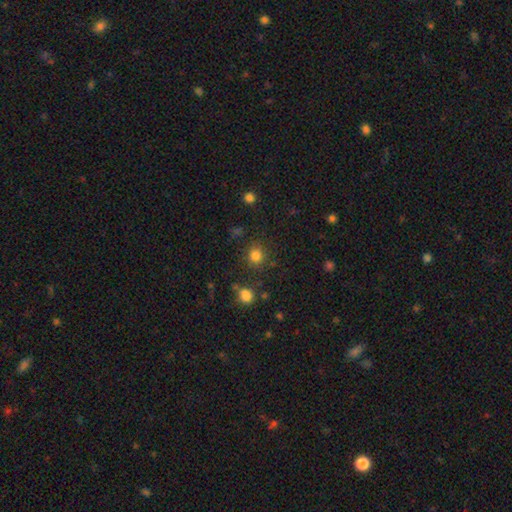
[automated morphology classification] Overall: smooth (82%). How rounded: round (87%). Merging: none (83%).